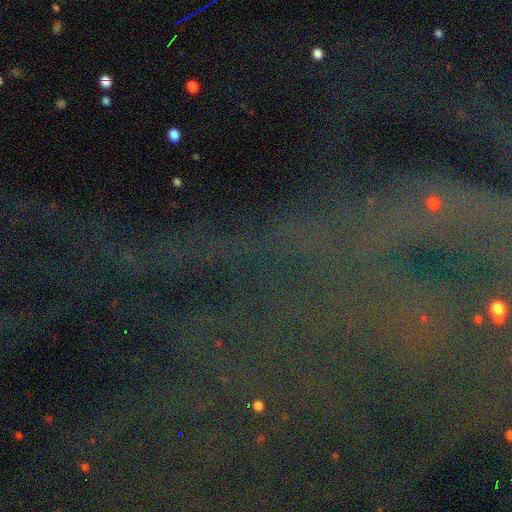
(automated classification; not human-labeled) smooth-or-featured: star or artifact: 81% | featured or disk: 11% | smooth: 8%